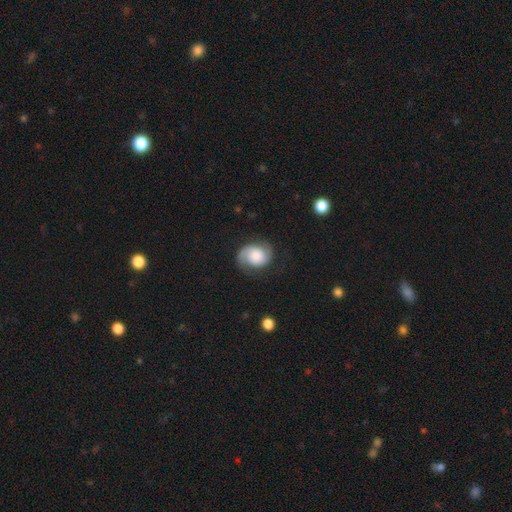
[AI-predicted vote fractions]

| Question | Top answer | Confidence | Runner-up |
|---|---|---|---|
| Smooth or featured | featured or disk | 68% | smooth (24%) |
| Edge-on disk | no | 98% | yes (2%) |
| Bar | no | 72% | weak (24%) |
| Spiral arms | yes | 95% | no (5%) |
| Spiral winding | medium | 45% | tight (32%) |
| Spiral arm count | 2 | 89% | can't tell (4%) |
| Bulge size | large | 34% | moderate (30%) |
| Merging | none | 73% | minor disturbance (17%) |